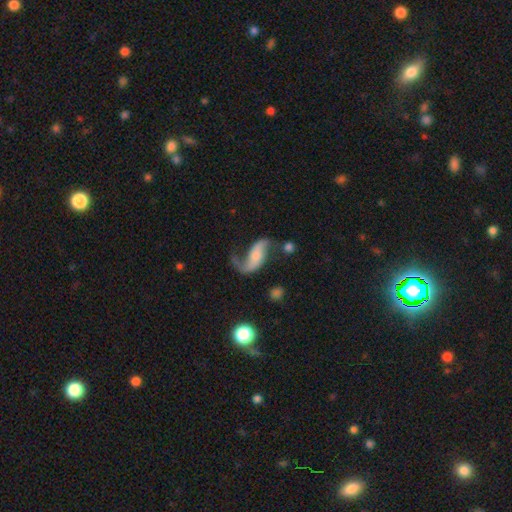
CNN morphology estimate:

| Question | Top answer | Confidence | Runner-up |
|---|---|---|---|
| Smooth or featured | featured or disk | 78% | smooth (16%) |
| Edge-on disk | no | 95% | yes (5%) |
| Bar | no | 50% | weak (31%) |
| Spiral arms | yes | 93% | no (7%) |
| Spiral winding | loose | 84% | medium (12%) |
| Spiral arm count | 2 | 77% | 1 (18%) |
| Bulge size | small | 48% | moderate (26%) |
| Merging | none | 46% | major disturbance (27%) |